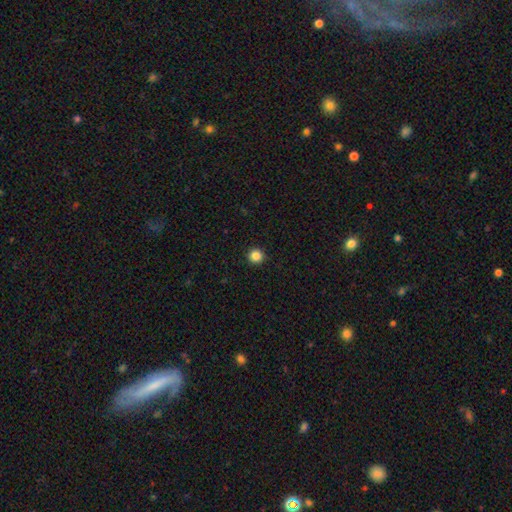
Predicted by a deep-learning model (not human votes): Smooth or featured: smooth — 86% (star or artifact — 11%)
How rounded: round — 96% (in between — 3%)
Merging: none — 93% (minor disturbance — 4%)